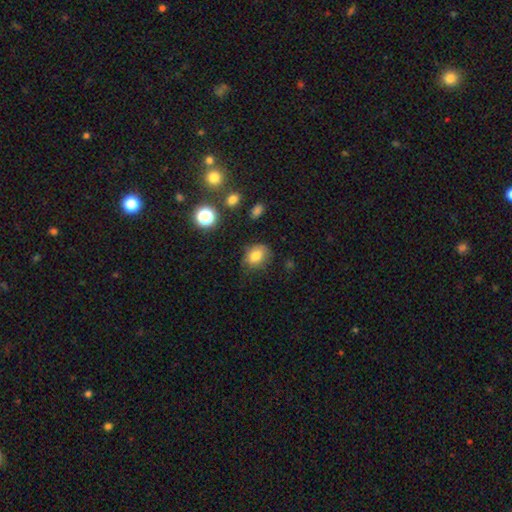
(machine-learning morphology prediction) Smooth or featured? smooth (79%)
How rounded? round (52%)
Merging? none (76%)